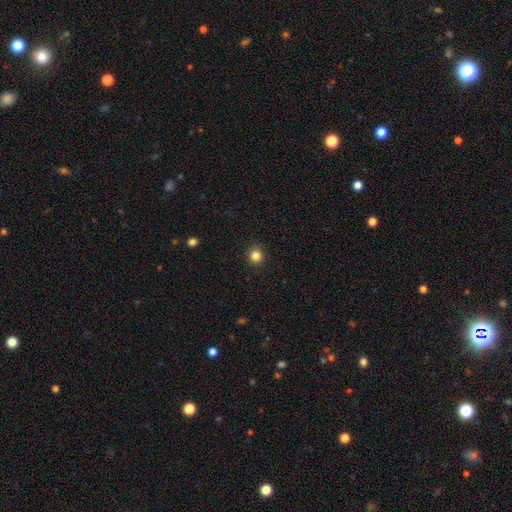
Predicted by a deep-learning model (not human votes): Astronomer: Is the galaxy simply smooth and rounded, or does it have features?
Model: smooth — 84%.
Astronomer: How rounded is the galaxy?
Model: round — 91%.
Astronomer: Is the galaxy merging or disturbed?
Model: none — 92%.